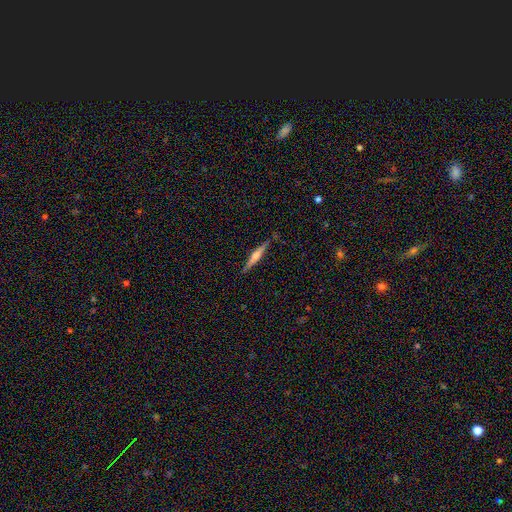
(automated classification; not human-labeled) smooth-or-featured: featured or disk: 66% | smooth: 27% | star or artifact: 6%
  disk-edge-on: yes: 98% | no: 2%
    edge-on-bulge: rounded: 80% | boxy: 11% | none: 9%
  merging: none: 88% | minor disturbance: 9% | major disturbance: 2% | merger: 1%